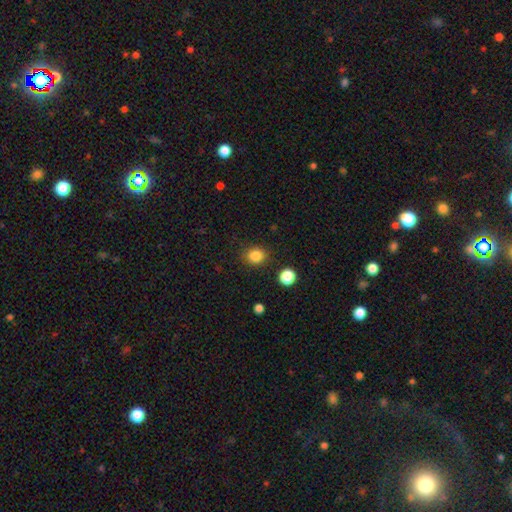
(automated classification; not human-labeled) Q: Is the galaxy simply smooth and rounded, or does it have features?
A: smooth — 85%.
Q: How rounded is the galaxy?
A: round — 75%.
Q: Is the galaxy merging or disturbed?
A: none — 87%.